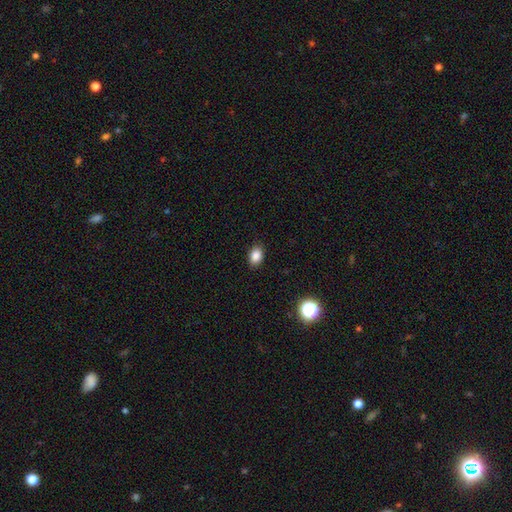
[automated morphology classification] type=smooth (85%); roundness=in between (76%); merging=none (88%).